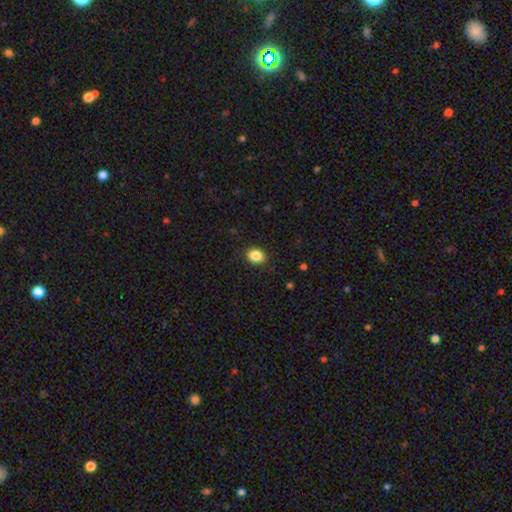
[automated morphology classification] This is clearly a smooth galaxy (86%). How rounded: likely in between (62%). Merging: clearly none (87%).